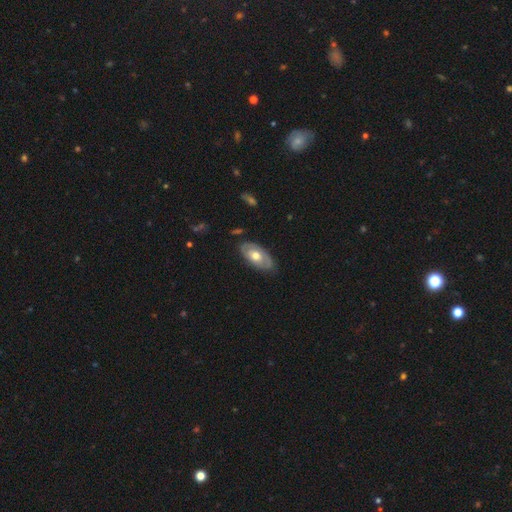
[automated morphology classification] featured or disk 53%, smooth 42%, star or artifact 5%. Down the decision tree: edge-on disk — no (87%); merging — none (78%).